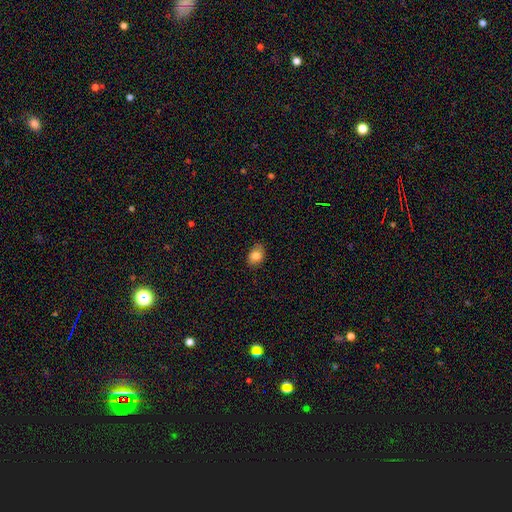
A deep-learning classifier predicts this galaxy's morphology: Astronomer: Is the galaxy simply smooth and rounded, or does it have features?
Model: smooth — 84%.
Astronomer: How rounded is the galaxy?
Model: in between — 73%.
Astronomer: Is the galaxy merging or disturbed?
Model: none — 83%.